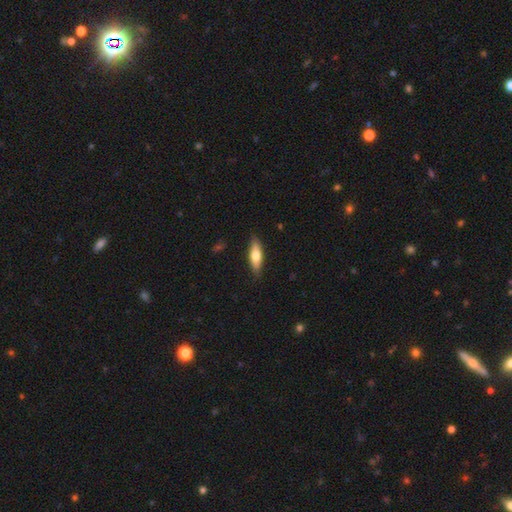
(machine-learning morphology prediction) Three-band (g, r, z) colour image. It shows a smooth galaxy with no disk features (65%) that is in between round and cigar-shaped (50%). Merging: none (86%).